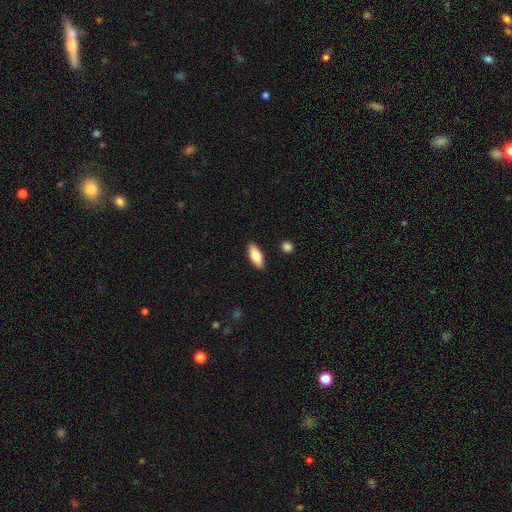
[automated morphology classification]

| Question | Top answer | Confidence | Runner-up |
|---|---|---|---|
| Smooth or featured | smooth | 78% | featured or disk (16%) |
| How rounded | in between | 76% | cigar-shaped (21%) |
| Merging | none | 89% | minor disturbance (8%) |